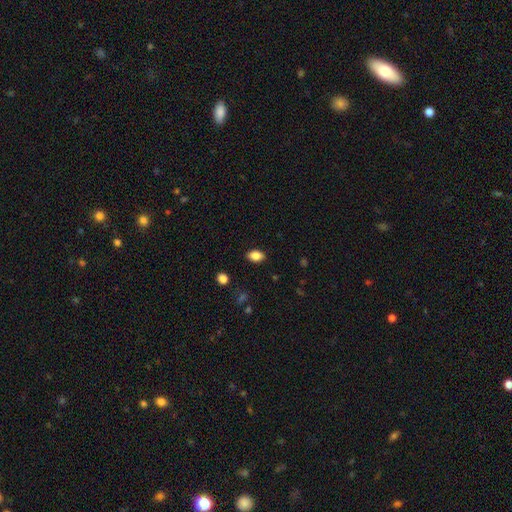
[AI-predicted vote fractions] Morphology: type=smooth (85%); roundness=in between (83%); merging=none (87%).